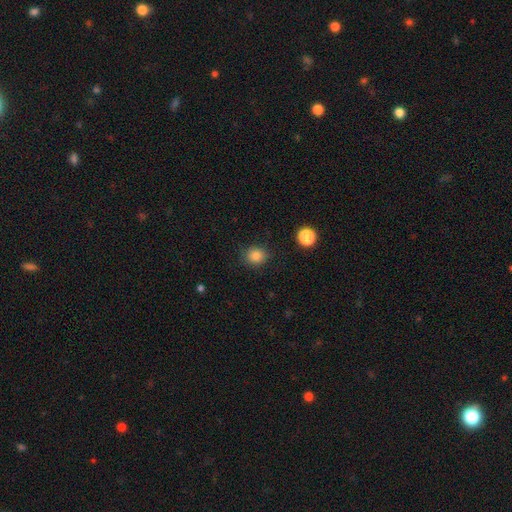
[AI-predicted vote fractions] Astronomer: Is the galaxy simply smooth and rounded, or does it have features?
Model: smooth — 85%.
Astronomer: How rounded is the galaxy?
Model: round — 81%.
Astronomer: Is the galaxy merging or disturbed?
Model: none — 86%.